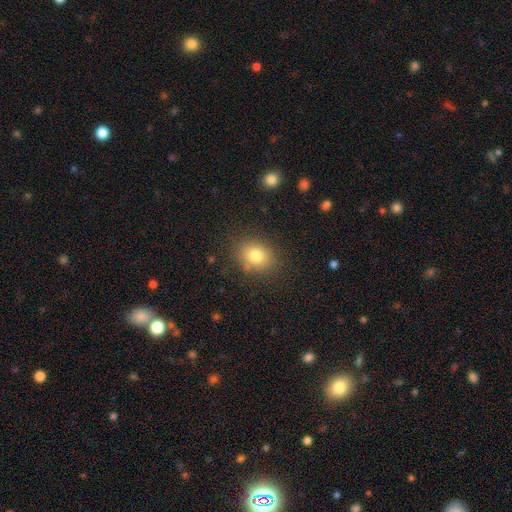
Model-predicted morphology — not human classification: Smooth or featured? Predicted: smooth (p=0.79). How rounded? Predicted: round (p=0.58). Merging? Predicted: none (p=0.83).